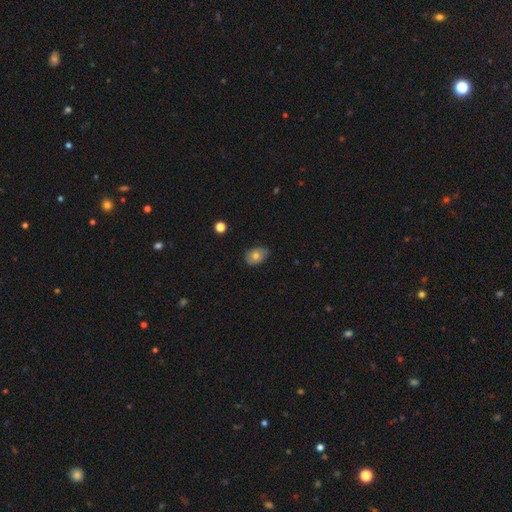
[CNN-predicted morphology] Smooth or featured? smooth (75%)
How rounded? in between (75%)
Merging? none (72%)